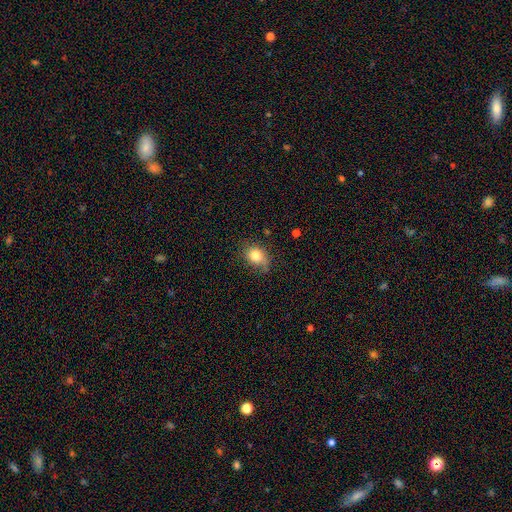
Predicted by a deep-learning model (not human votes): Smooth or featured: smooth — 81% (star or artifact — 10%)
How rounded: in between — 50% (round — 49%)
Merging: none — 60% (minor disturbance — 29%)